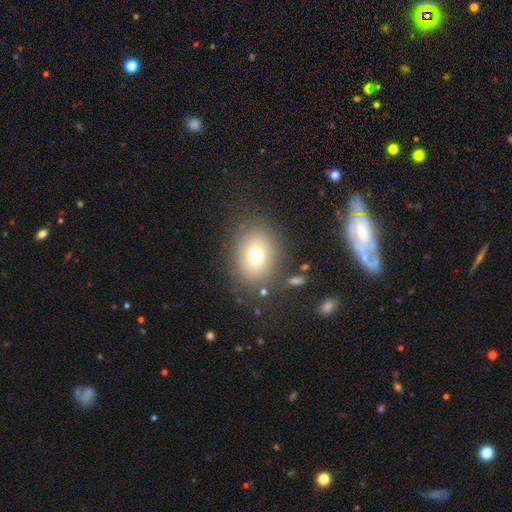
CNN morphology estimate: smooth 74%, featured or disk 14%, star or artifact 13%. Down the decision tree: how rounded — in between (55%); merging — none (81%).